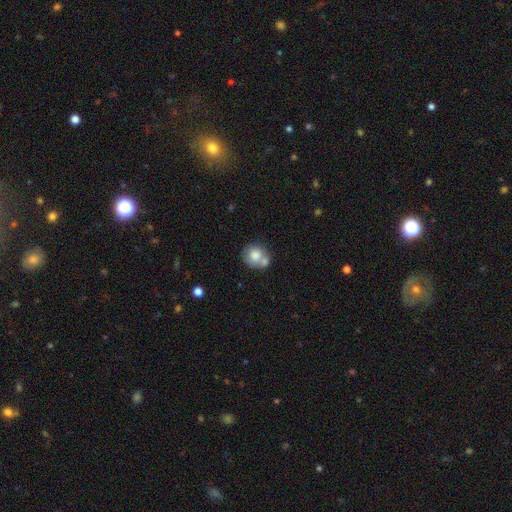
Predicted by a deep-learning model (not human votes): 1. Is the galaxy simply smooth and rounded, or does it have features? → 76% smooth, 16% featured or disk, 8% star or artifact.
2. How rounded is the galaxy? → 80% round, 19% in between, 1% cigar-shaped.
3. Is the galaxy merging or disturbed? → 41% none, 40% merger, 14% minor disturbance, 5% major disturbance.